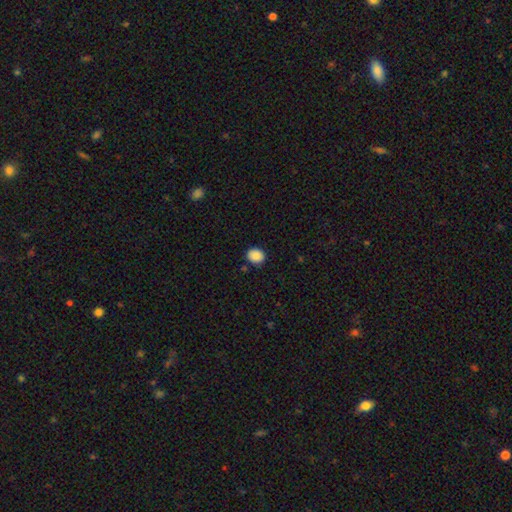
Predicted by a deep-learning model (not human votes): Smooth or featured: smooth — 88% (star or artifact — 9%)
How rounded: round — 63% (in between — 36%)
Merging: none — 86% (minor disturbance — 10%)